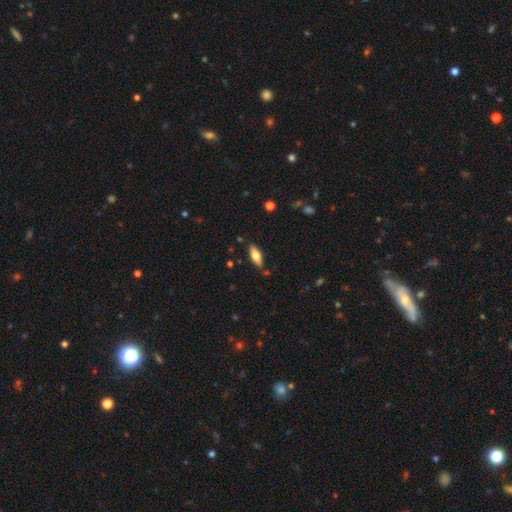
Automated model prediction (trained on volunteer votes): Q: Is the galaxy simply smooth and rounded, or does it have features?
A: smooth — 63%.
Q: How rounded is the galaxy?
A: in between — 64%.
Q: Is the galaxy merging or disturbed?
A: none — 83%.